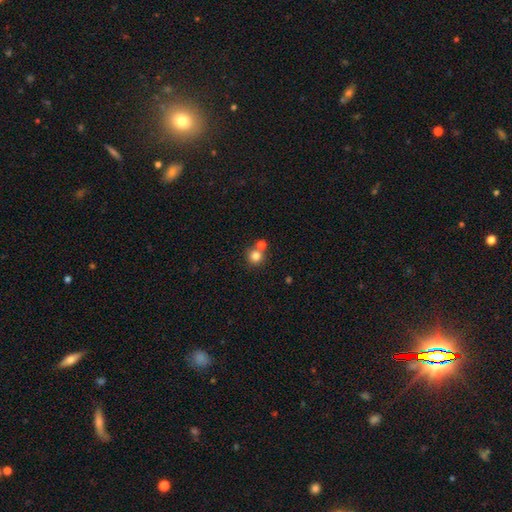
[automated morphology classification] This is clearly a smooth galaxy (81%). How rounded: clearly round (92%). Merging: possibly none (59%).